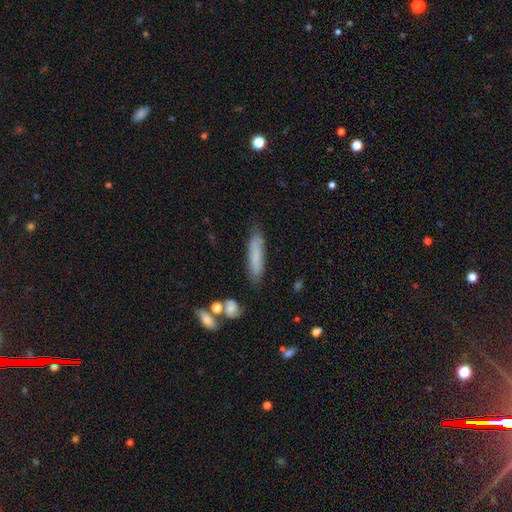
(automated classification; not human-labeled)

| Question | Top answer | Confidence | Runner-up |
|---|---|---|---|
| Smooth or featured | smooth | 73% | featured or disk (19%) |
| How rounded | cigar-shaped | 83% | in between (16%) |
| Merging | none | 79% | minor disturbance (15%) |